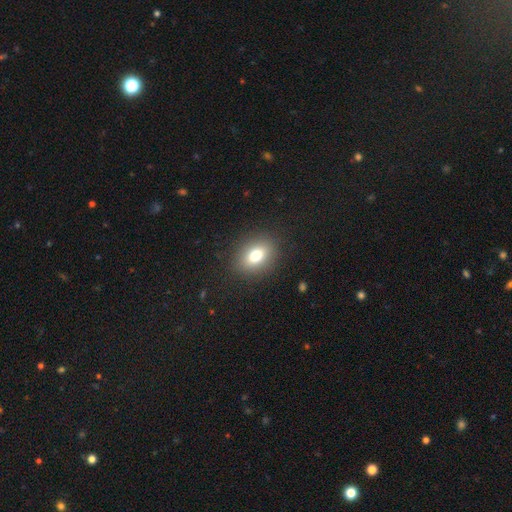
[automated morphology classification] Overall: smooth (77%). How rounded: in between (68%; round 31%). Merging: none (88%).